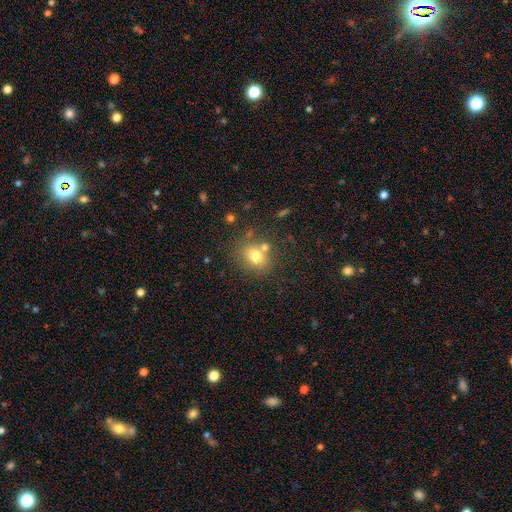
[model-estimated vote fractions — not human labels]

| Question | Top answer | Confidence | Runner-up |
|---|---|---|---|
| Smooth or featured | smooth | 75% | star or artifact (12%) |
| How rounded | round | 52% | in between (47%) |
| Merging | none | 64% | merger (18%) |